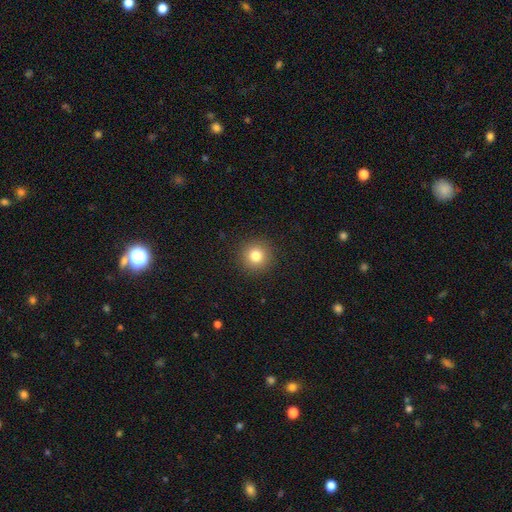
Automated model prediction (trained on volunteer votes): smooth 81%, star or artifact 12%, featured or disk 7%. Down the decision tree: how rounded — round (95%); merging — none (92%).